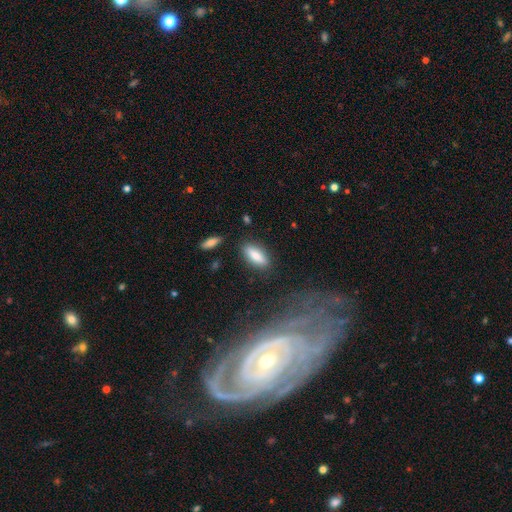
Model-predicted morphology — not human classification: Q: Smooth or featured?
A: smooth (82%); runner-up: featured or disk (12%)
Q: How rounded?
A: in between (66%); runner-up: cigar-shaped (32%)
Q: Merging?
A: none (84%); runner-up: minor disturbance (11%)